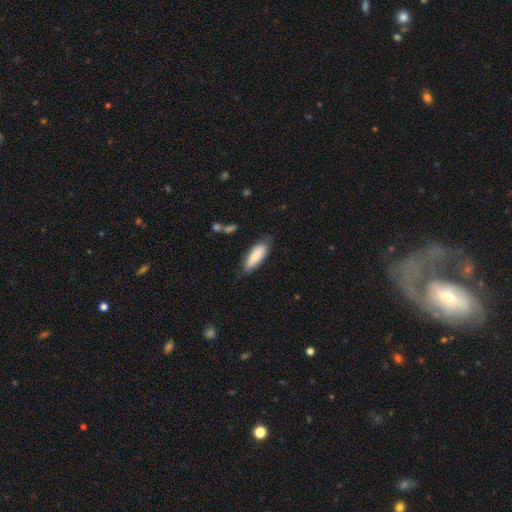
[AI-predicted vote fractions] A smooth galaxy with no disk features (81%) that is in between round and cigar-shaped (66%). Merging: none (71%).